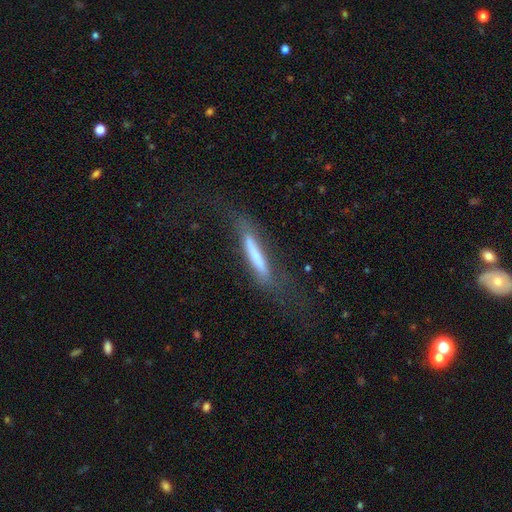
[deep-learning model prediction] Overall: smooth (57%; featured or disk 36%). How rounded: cigar-shaped (94%). Merging: none (61%).